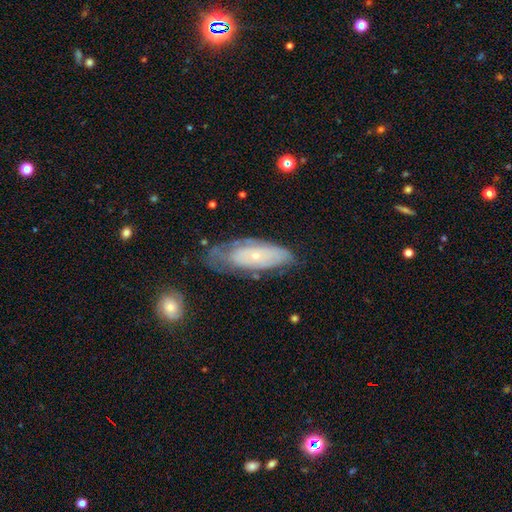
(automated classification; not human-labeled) smooth_or_featured: featured or disk (p=0.58) [alt: smooth p=0.35]
disk_edge_on: no (p=0.85) [alt: yes p=0.15]
merging: none (p=0.56) [alt: minor disturbance p=0.28]